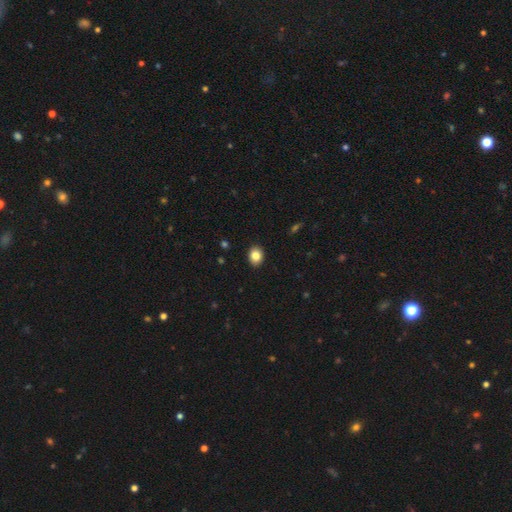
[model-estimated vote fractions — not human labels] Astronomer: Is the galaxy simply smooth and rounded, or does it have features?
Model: smooth — 85%.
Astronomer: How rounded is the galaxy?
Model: in between — 54% (runner-up: round, 45%).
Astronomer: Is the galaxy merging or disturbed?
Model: none — 90%.